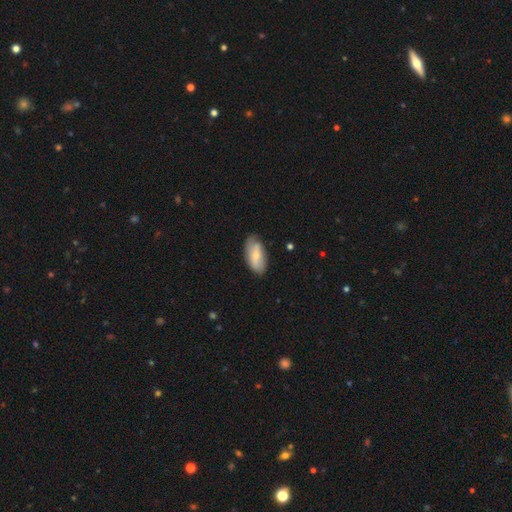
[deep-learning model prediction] Smooth or featured?
  - smooth: 63% *
  - featured or disk: 31%
  - star or artifact: 6%
How rounded?
  - in between: 91% *
  - cigar-shaped: 6%
  - round: 3%
Merging?
  - none: 73% *
  - minor disturbance: 21%
  - major disturbance: 4%
  - merger: 2%